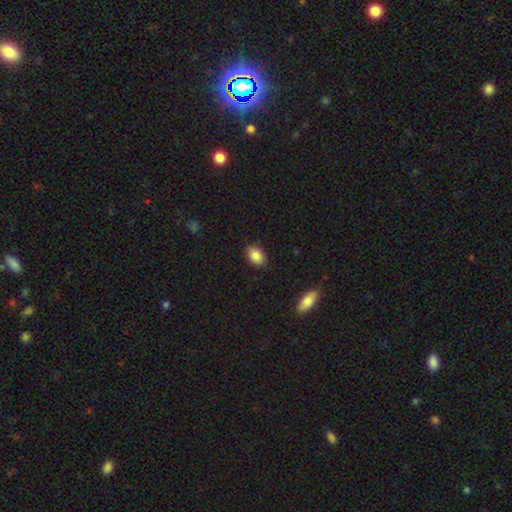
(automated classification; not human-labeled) Smooth or featured? smooth (86%)
How rounded? in between (78%)
Merging? none (87%)